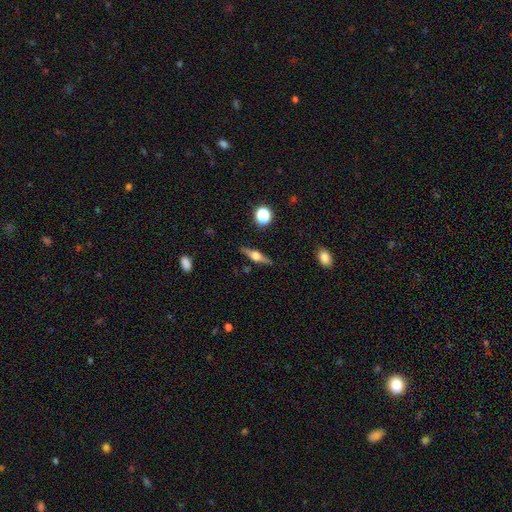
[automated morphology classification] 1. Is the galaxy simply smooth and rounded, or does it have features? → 65% featured or disk, 28% smooth, 8% star or artifact.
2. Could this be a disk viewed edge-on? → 96% yes, 4% no.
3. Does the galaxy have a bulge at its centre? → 92% rounded, 6% boxy, 2% none.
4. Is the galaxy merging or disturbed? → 87% none, 9% minor disturbance, 2% major disturbance, 2% merger.